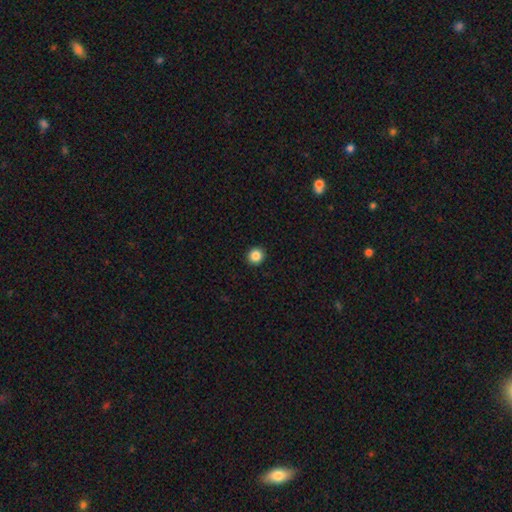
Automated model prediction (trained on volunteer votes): smooth_or_featured: smooth (p=0.87) [alt: star or artifact p=0.10]
how_rounded: round (p=0.94) [alt: in between p=0.05]
merging: none (p=0.94) [alt: minor disturbance p=0.04]